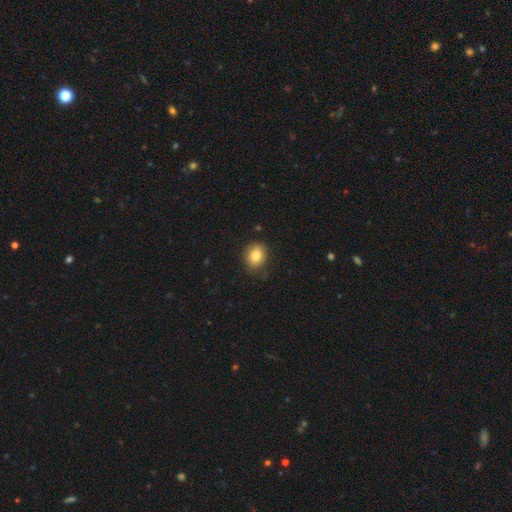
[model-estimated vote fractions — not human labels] Smooth or featured? Predicted: smooth (p=0.83). How rounded? Predicted: round (p=0.59). Merging? Predicted: none (p=0.81).